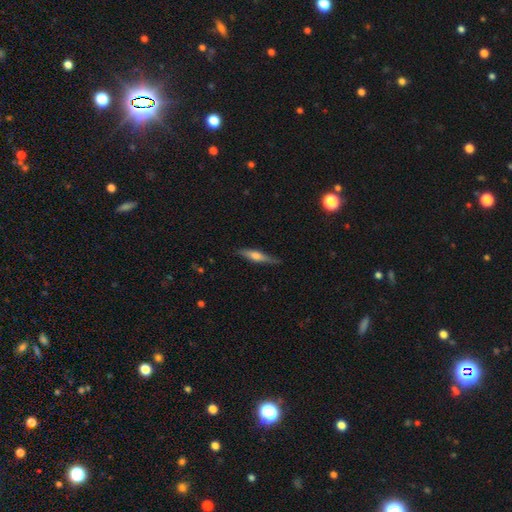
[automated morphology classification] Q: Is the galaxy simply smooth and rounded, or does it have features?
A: featured or disk — 50%.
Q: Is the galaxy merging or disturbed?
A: none — 81%.